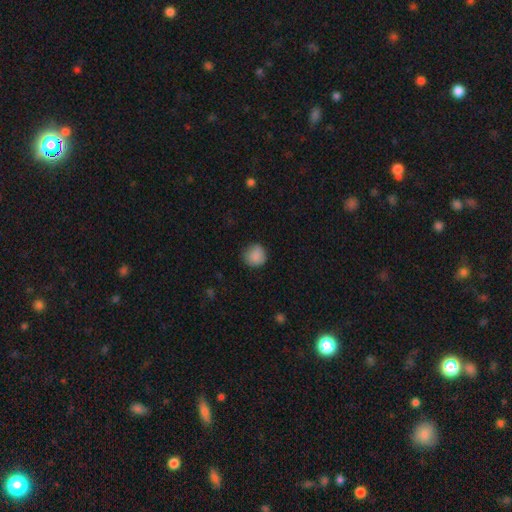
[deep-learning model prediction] Smooth or featured?
  - smooth: 87% *
  - star or artifact: 9%
  - featured or disk: 5%
How rounded?
  - round: 91% *
  - in between: 8%
  - cigar-shaped: 1%
Merging?
  - none: 79% *
  - minor disturbance: 16%
  - major disturbance: 4%
  - merger: 1%